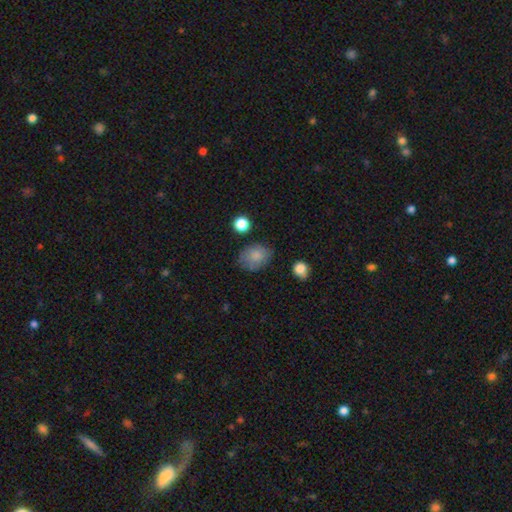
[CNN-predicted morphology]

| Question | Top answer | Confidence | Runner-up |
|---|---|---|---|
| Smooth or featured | smooth | 81% | featured or disk (10%) |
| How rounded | in between | 64% | round (35%) |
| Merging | none | 67% | minor disturbance (23%) |